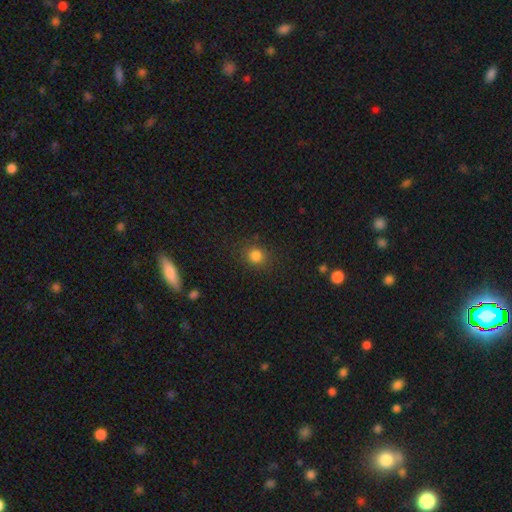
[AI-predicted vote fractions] This is clearly a smooth galaxy (82%). How rounded: clearly round (83%). Merging: clearly none (86%).